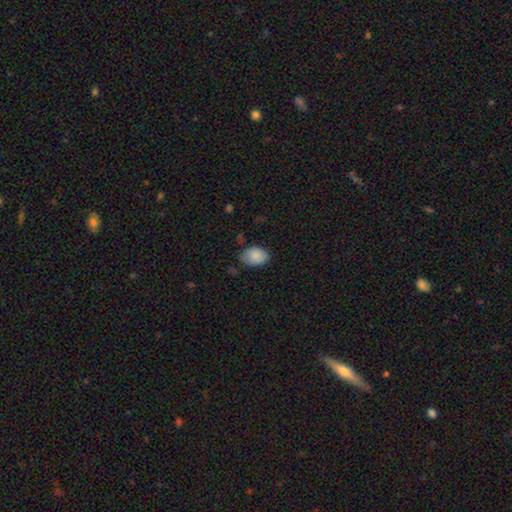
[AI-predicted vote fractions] Overall: smooth (87%). How rounded: in between (81%). Merging: none (67%).